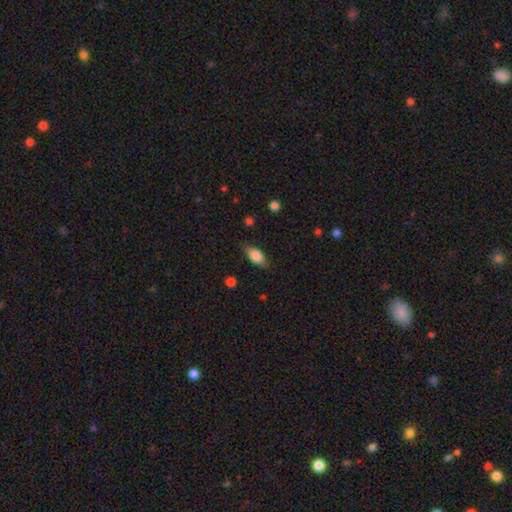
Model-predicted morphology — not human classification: smooth_or_featured: smooth (p=0.79) [alt: featured or disk p=0.14]
how_rounded: in between (p=0.86) [alt: cigar-shaped p=0.09]
merging: none (p=0.76) [alt: minor disturbance p=0.18]